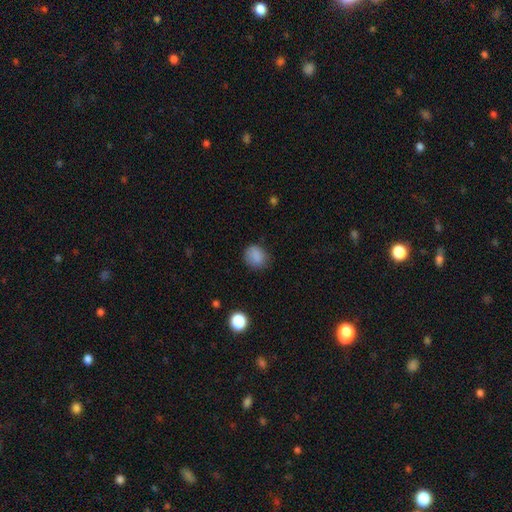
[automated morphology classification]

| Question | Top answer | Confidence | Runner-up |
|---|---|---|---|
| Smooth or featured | smooth | 85% | star or artifact (10%) |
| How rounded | round | 74% | in between (25%) |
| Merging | none | 76% | minor disturbance (18%) |